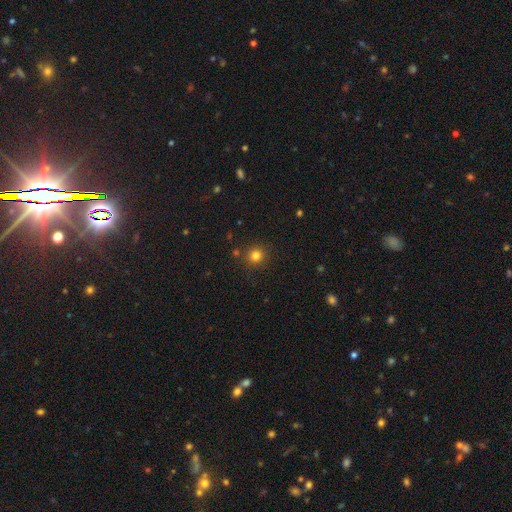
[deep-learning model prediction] Morphology: type=smooth (80%); roundness=round (93%); merging=none (86%).